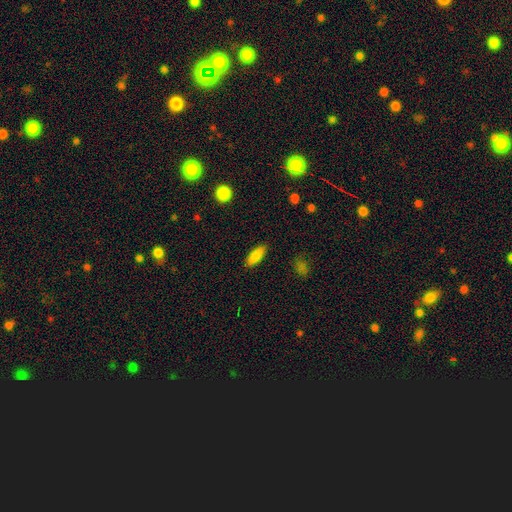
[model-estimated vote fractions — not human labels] A smooth galaxy with no disk features (84%) that is in between round and cigar-shaped (71%). Merging: none (88%).